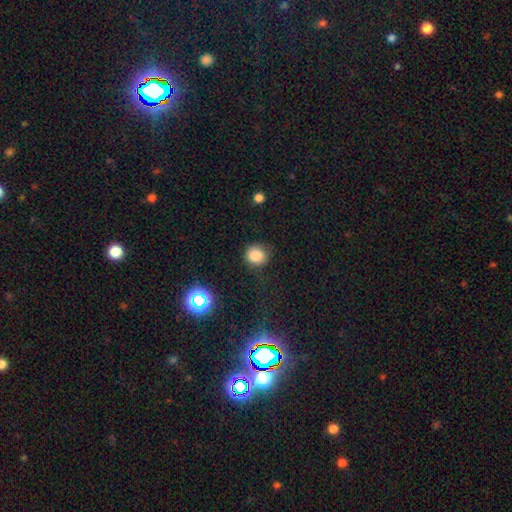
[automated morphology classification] Smooth or featured? Predicted: smooth (p=0.82). How rounded? Predicted: round (p=0.81). Merging? Predicted: none (p=0.78).